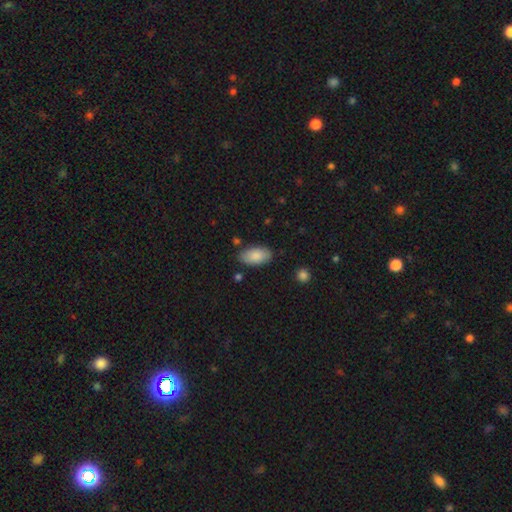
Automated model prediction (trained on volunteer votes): This is clearly a smooth galaxy (86%). How rounded: clearly in between (94%). Merging: clearly none (82%).